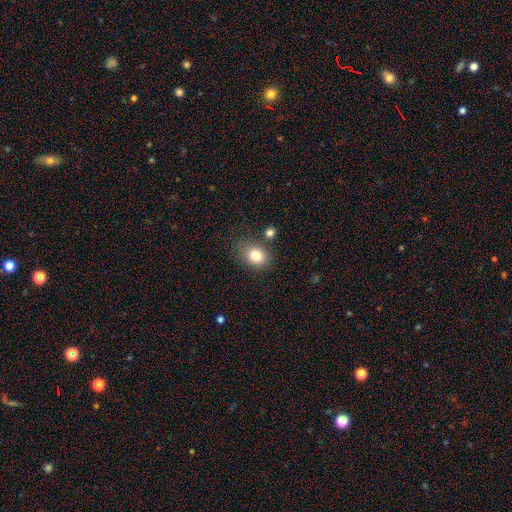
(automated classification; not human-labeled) A smooth galaxy with no disk features (82%) that is in between round and cigar-shaped (50%). Merging: none (72%).